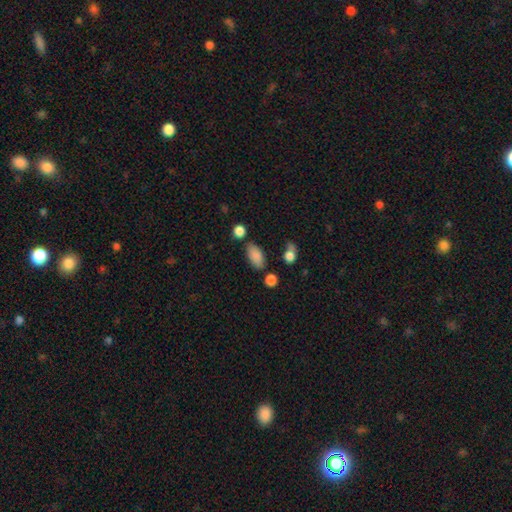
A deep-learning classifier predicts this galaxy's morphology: smooth-or-featured: smooth: 85% | star or artifact: 9% | featured or disk: 6%
  how-rounded: in between: 91% | round: 5% | cigar-shaped: 4%
  merging: none: 72% | minor disturbance: 16% | merger: 7% | major disturbance: 5%